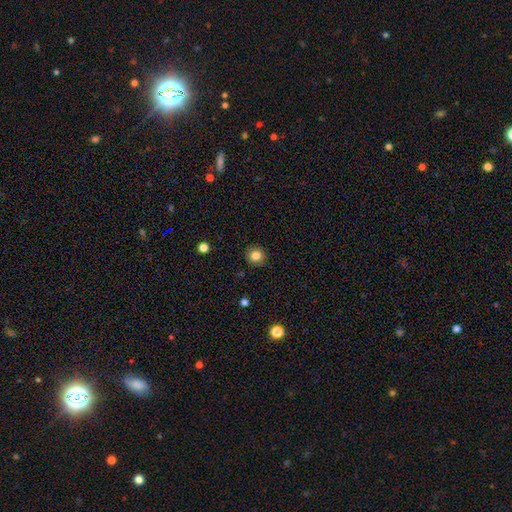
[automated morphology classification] Q: Smooth or featured?
A: smooth (82%); runner-up: star or artifact (11%)
Q: How rounded?
A: round (89%); runner-up: in between (10%)
Q: Merging?
A: none (90%); runner-up: minor disturbance (7%)